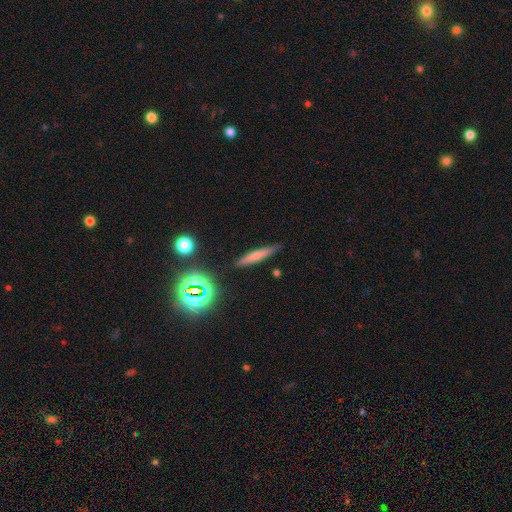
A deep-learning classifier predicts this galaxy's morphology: Overall: smooth (61%; featured or disk 26%). How rounded: cigar-shaped (90%). Merging: none (86%).